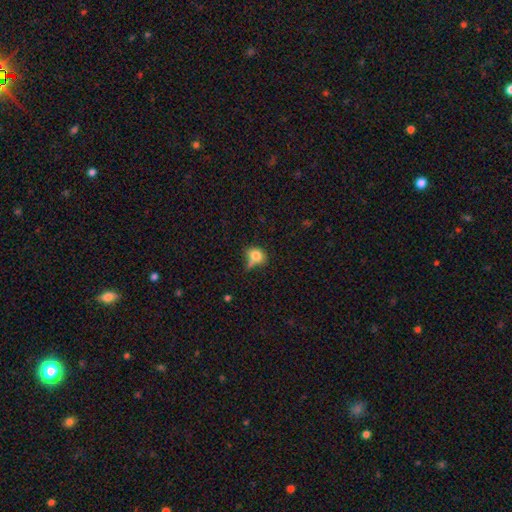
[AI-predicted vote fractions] This is likely a smooth galaxy (79%). How rounded: possibly round (51%). Merging: marginally none (44%).